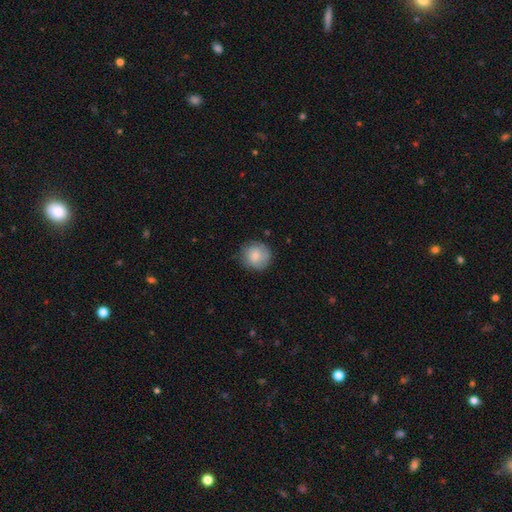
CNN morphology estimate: Smooth or featured? Predicted: smooth (p=0.70). How rounded? Predicted: round (p=0.91). Merging? Predicted: none (p=0.77).